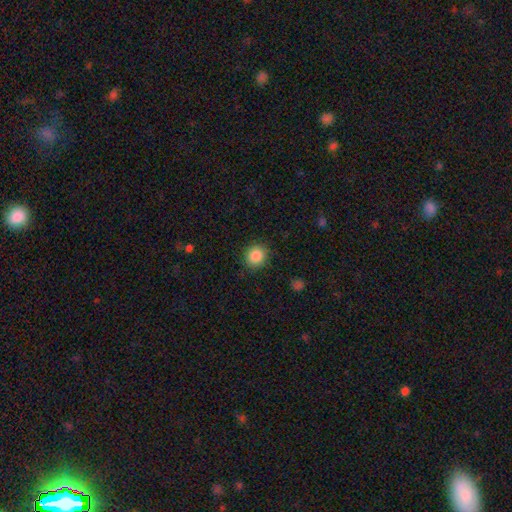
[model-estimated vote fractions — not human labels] smooth-or-featured: smooth: 87% | star or artifact: 9% | featured or disk: 4%
  how-rounded: round: 86% | in between: 13% | cigar-shaped: 1%
  merging: none: 88% | minor disturbance: 8% | major disturbance: 3% | merger: 1%